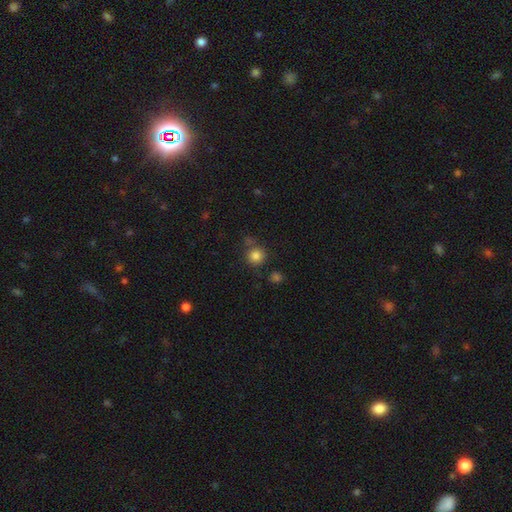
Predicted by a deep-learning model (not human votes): This appears to be a smooth galaxy with no disk features (83%) that is round (91%). Merging: none (73%).